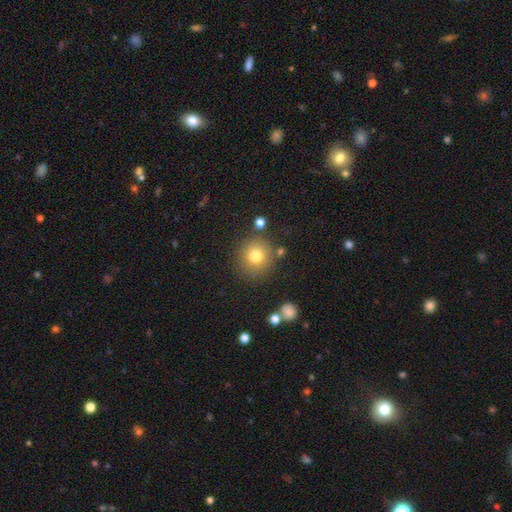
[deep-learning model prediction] Smooth or featured?
  - smooth: 78% *
  - star or artifact: 13%
  - featured or disk: 9%
How rounded?
  - round: 92% *
  - in between: 7%
  - cigar-shaped: 1%
Merging?
  - none: 82% *
  - minor disturbance: 9%
  - merger: 5%
  - major disturbance: 4%